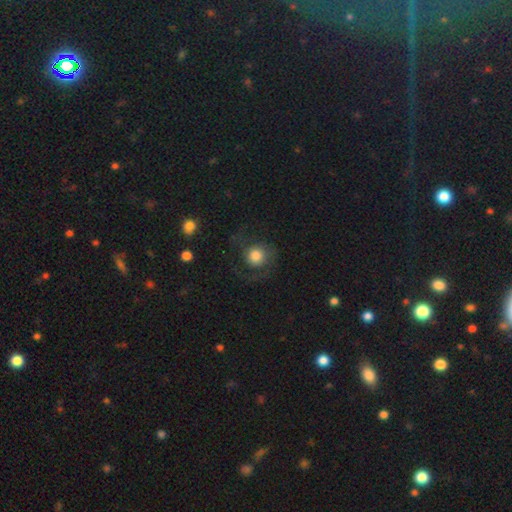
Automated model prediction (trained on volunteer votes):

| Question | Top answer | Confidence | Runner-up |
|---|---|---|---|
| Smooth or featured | smooth | 56% | featured or disk (35%) |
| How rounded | round | 88% | in between (11%) |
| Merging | none | 59% | major disturbance (23%) |